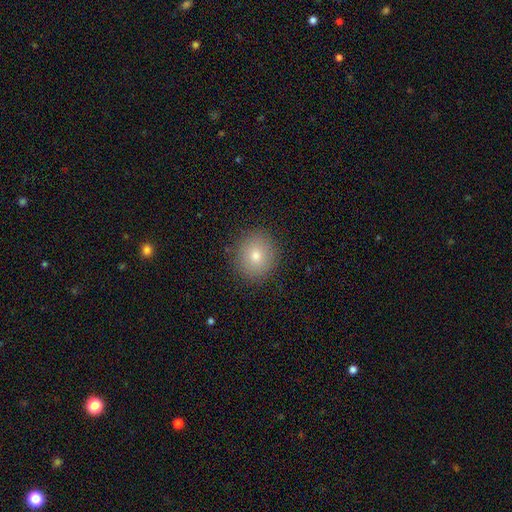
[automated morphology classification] Q: Smooth or featured?
A: smooth (77%); runner-up: star or artifact (12%)
Q: How rounded?
A: round (80%); runner-up: in between (19%)
Q: Merging?
A: none (89%); runner-up: minor disturbance (7%)